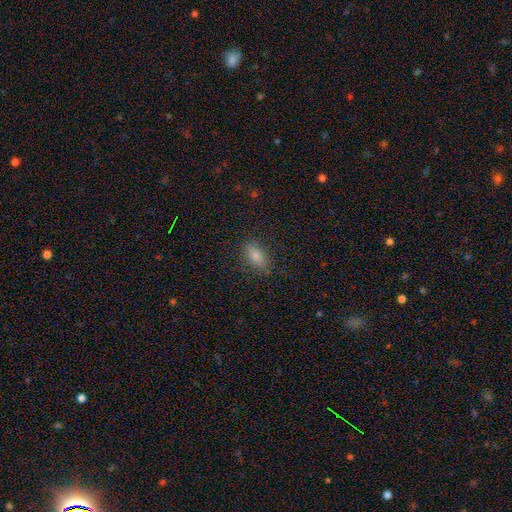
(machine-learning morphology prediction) A smooth galaxy with no disk features (79%) that is in between round and cigar-shaped (83%).

Vote fractions:
- Smooth or featured? smooth: 79% / star or artifact: 12% / featured or disk: 10%
- How rounded? in between: 83% / cigar-shaped: 10% / round: 6%
- Merging? none: 84% / minor disturbance: 11% / major disturbance: 3% / merger: 1%